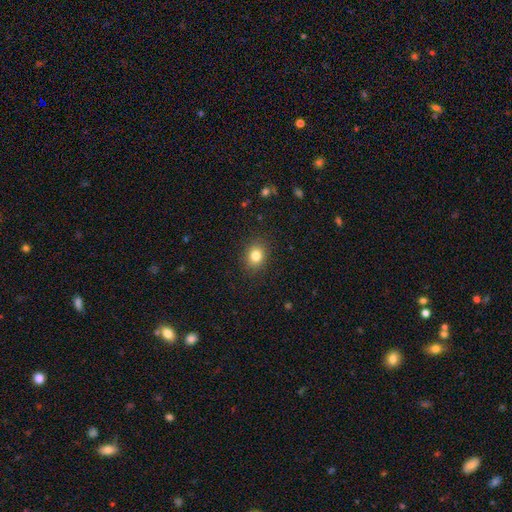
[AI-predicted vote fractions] Morphology: type=smooth (81%); roundness=round (56%); merging=none (88%).